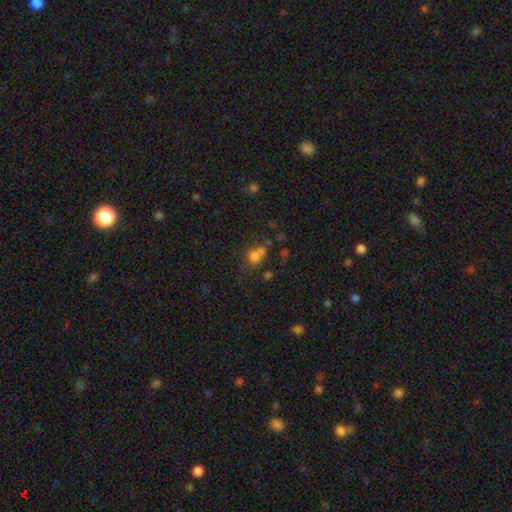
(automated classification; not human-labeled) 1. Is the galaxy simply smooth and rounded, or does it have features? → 68% smooth, 19% star or artifact, 13% featured or disk.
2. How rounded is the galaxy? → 69% round, 29% in between, 2% cigar-shaped.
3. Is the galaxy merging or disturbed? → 40% merger, 38% none, 13% minor disturbance, 9% major disturbance.